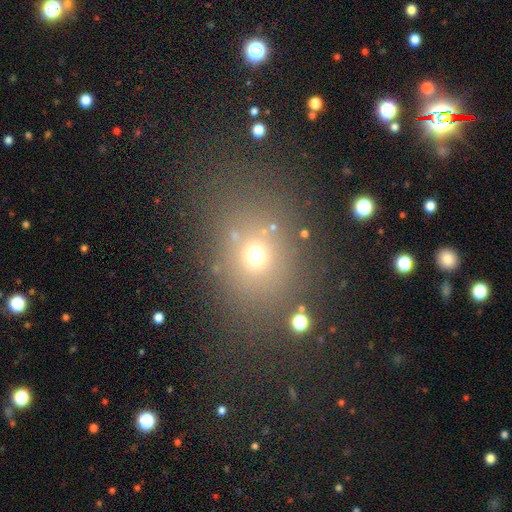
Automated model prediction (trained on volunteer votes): smooth_or_featured: smooth (p=0.64) [alt: star or artifact p=0.23]
how_rounded: round (p=0.54) [alt: in between p=0.45]
merging: none (p=0.74) [alt: minor disturbance p=0.13]